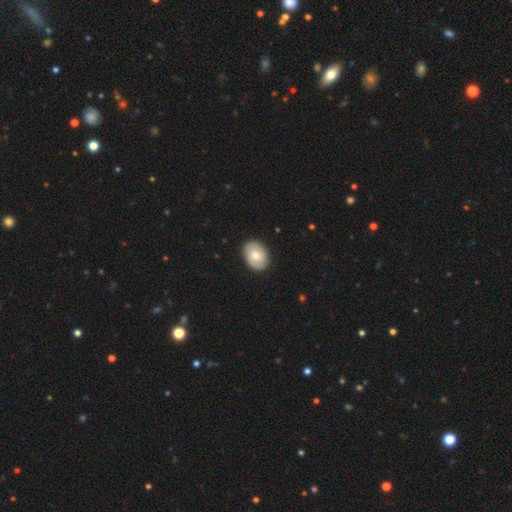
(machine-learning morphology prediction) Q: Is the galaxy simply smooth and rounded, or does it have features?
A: smooth — 55%.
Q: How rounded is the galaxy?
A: in between — 75%.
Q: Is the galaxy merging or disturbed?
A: none — 87%.